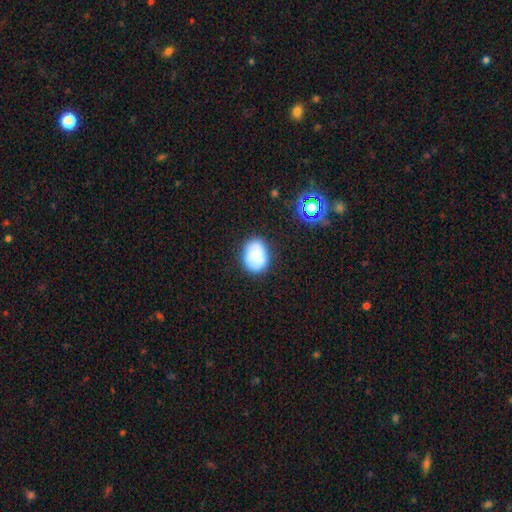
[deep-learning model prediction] This appears to be a smooth galaxy with no disk features (84%) that is in between round and cigar-shaped (61%). Merging: none (81%).